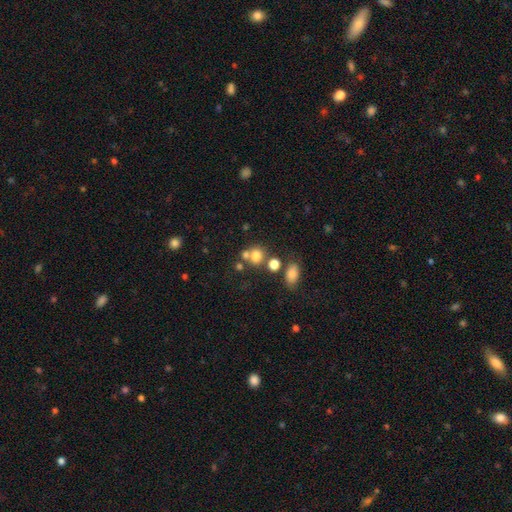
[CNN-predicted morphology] The model was most divided on "merging": none: 53%, merger: 32%, minor disturbance: 10%, major disturbance: 5%. More confident: how rounded — round (77%); smooth or featured — smooth (74%).